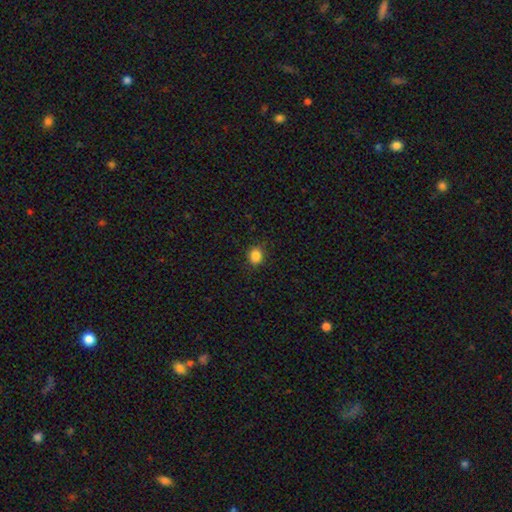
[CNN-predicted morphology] type=smooth (85%); roundness=round (79%); merging=none (85%).